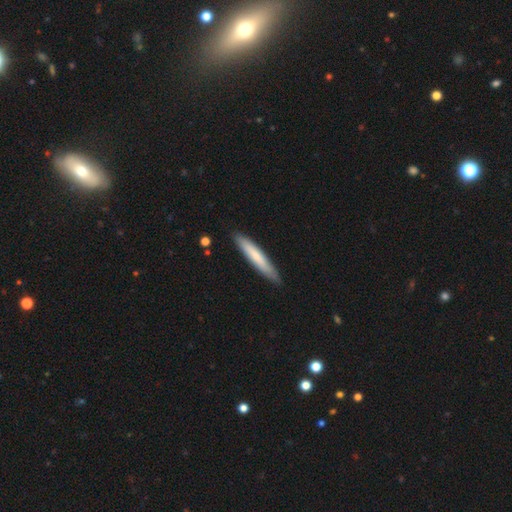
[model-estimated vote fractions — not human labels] Overall: smooth (67%; featured or disk 28%). How rounded: cigar-shaped (92%). Merging: none (88%).